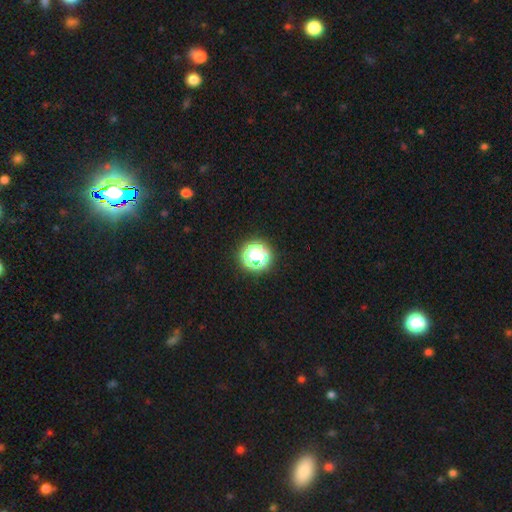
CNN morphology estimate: smooth 48%, star or artifact 41%, featured or disk 11%. Down the decision tree: merging — none (80%).